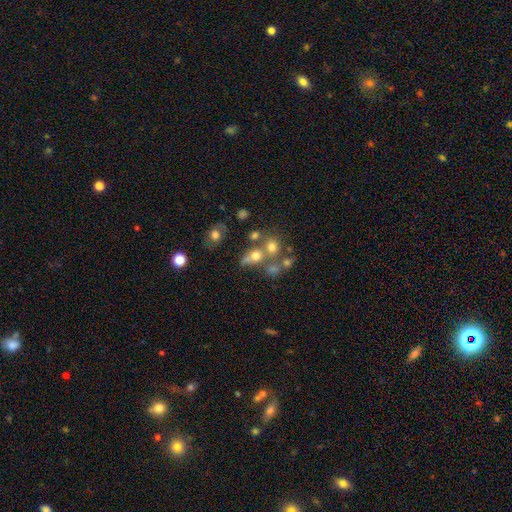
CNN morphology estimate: The model was most divided on "merging" (2-way tie): merger: 40%, none: 40%, minor disturbance: 11%, major disturbance: 9%. More confident: how rounded — round (70%); smooth or featured — smooth (62%).